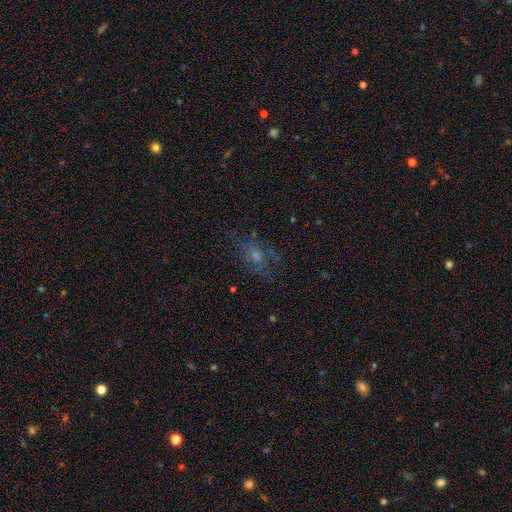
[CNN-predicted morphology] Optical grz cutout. It shows a smooth galaxy with no disk features (43%). Merging: none (60%).